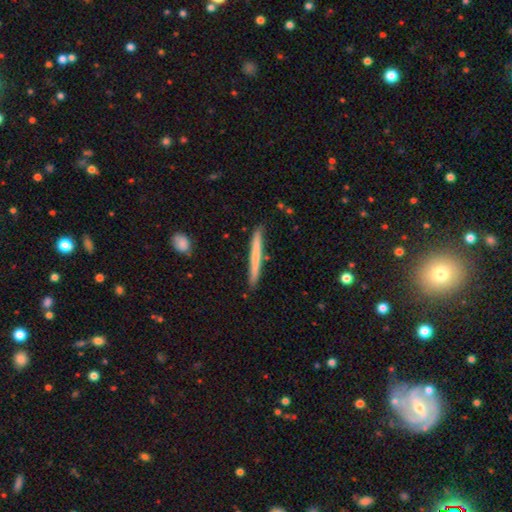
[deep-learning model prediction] A smooth galaxy with no disk features (62%) that is cigar-shaped (97%).

Vote fractions:
- Smooth or featured? smooth: 62% / featured or disk: 32% / star or artifact: 5%
- How rounded? cigar-shaped: 97% / in between: 2% / round: 1%
- Merging? none: 88% / minor disturbance: 9% / merger: 2% / major disturbance: 2%